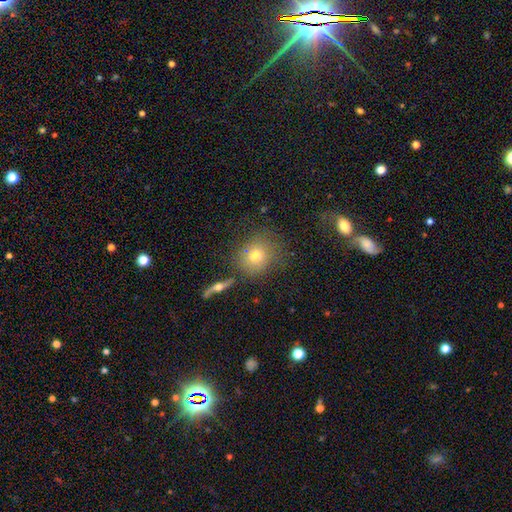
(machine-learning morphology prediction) Smooth or featured: smooth — 70% (featured or disk — 17%)
How rounded: round — 75% (in between — 23%)
Merging: none — 74% (minor disturbance — 13%)